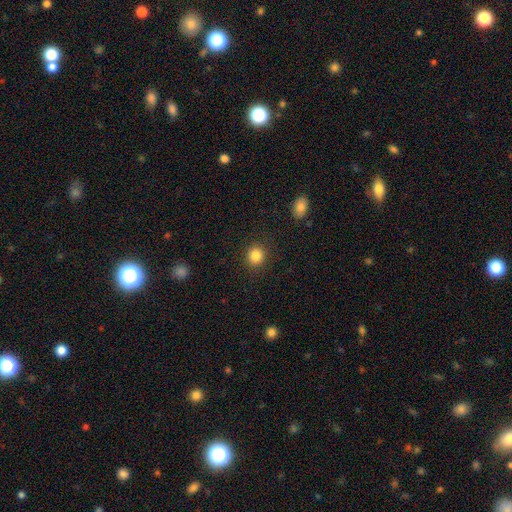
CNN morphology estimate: Smooth or featured: smooth — 85% (star or artifact — 10%)
How rounded: round — 80% (in between — 19%)
Merging: none — 89% (minor disturbance — 7%)